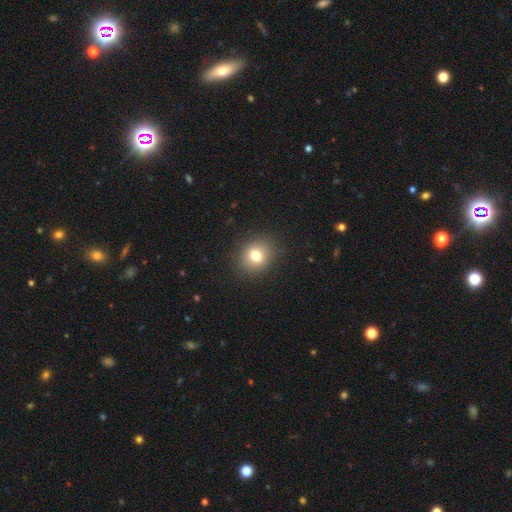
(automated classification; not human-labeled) Smooth or featured: smooth — 76% (star or artifact — 13%)
How rounded: round — 70% (in between — 29%)
Merging: none — 88% (minor disturbance — 8%)